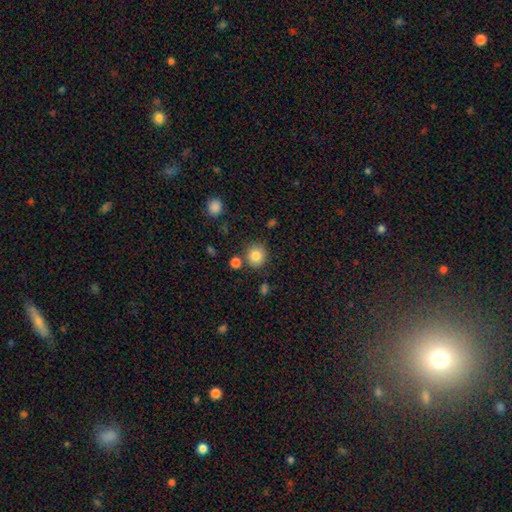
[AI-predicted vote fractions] Smooth or featured? Predicted: smooth (p=0.84). How rounded? Predicted: round (p=0.88). Merging? Predicted: none (p=0.80).